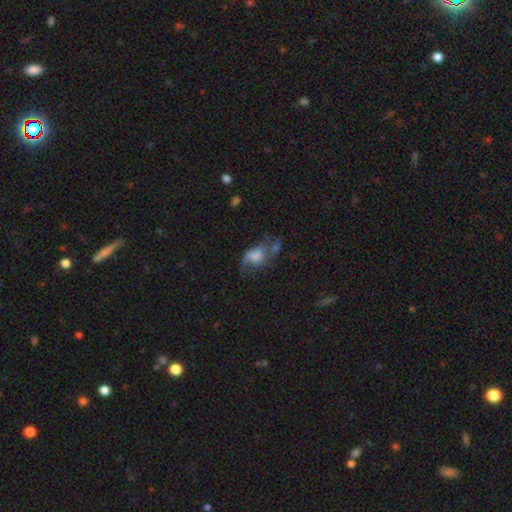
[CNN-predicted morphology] smooth-or-featured: smooth: 48% | featured or disk: 41% | star or artifact: 11%
  merging: major disturbance: 33% | none: 28% | minor disturbance: 23% | merger: 16%